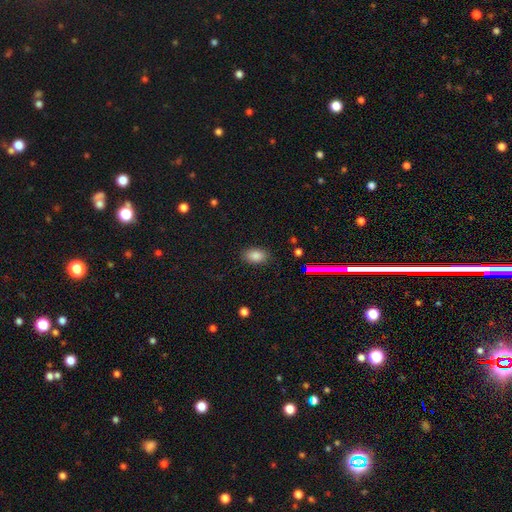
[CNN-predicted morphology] Q: Smooth or featured?
A: smooth (84%); runner-up: star or artifact (11%)
Q: How rounded?
A: in between (87%); runner-up: round (12%)
Q: Merging?
A: none (86%); runner-up: minor disturbance (10%)